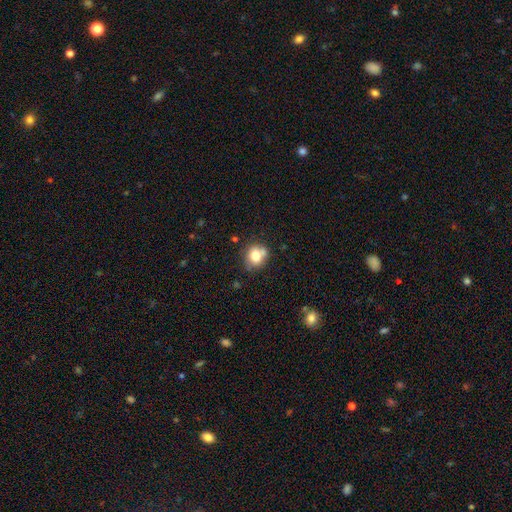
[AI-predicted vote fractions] Q: Smooth or featured?
A: smooth (77%); runner-up: featured or disk (13%)
Q: How rounded?
A: round (74%); runner-up: in between (25%)
Q: Merging?
A: none (63%); runner-up: minor disturbance (18%)